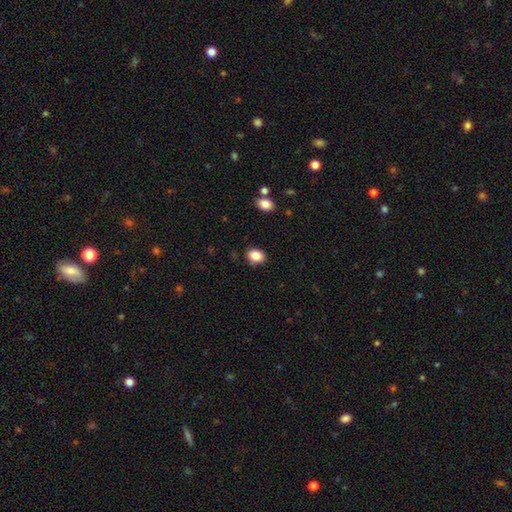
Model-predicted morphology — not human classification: smooth 86%, star or artifact 9%, featured or disk 5%. Down the decision tree: how rounded — in between (57%); merging — none (87%).